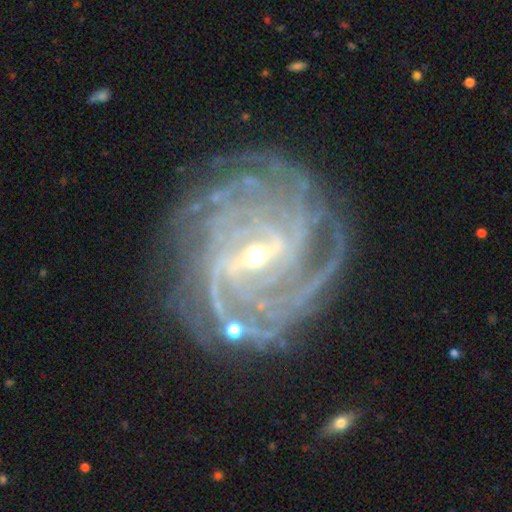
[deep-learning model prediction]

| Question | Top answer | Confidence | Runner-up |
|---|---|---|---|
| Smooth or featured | featured or disk | 91% | star or artifact (5%) |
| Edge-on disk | no | 97% | yes (3%) |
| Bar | strong | 47% | weak (41%) |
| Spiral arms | yes | 98% | no (2%) |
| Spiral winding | tight | 72% | medium (24%) |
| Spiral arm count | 4 | 30% | more than 4 (25%) |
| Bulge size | small | 65% | moderate (32%) |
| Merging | none | 76% | minor disturbance (15%) |